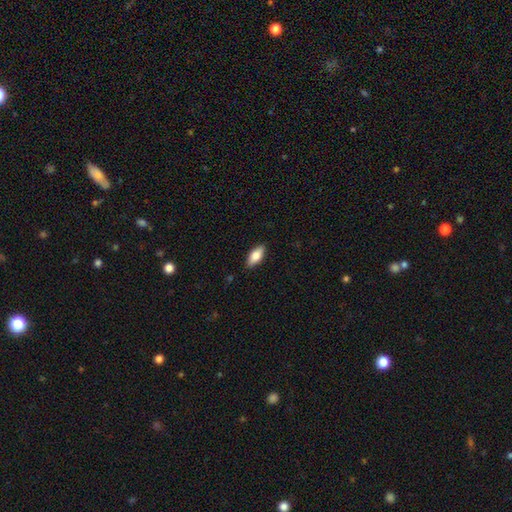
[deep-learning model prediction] Smooth or featured?
  - smooth: 79% *
  - featured or disk: 15%
  - star or artifact: 6%
How rounded?
  - in between: 85% *
  - cigar-shaped: 13%
  - round: 2%
Merging?
  - none: 87% *
  - minor disturbance: 10%
  - major disturbance: 2%
  - merger: 1%